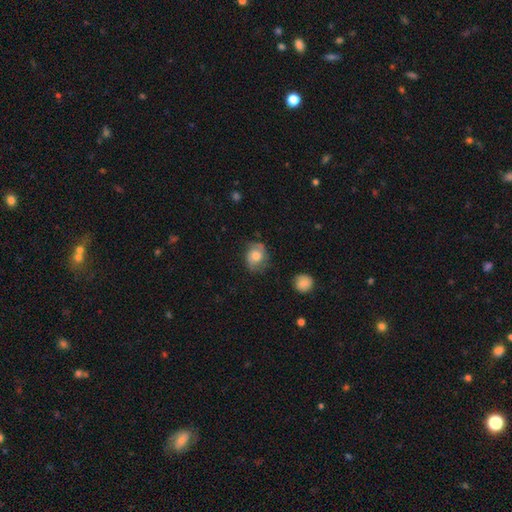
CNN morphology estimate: Overall: smooth (56%; featured or disk 36%). How rounded: round (64%; in between 35%). Merging: none (62%; minor disturbance 26%).